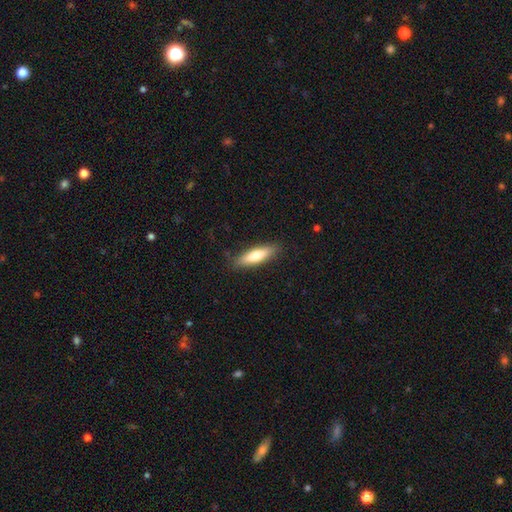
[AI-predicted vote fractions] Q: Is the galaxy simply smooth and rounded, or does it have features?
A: smooth — 71%.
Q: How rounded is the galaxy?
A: cigar-shaped — 63%.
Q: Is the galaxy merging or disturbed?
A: none — 86%.